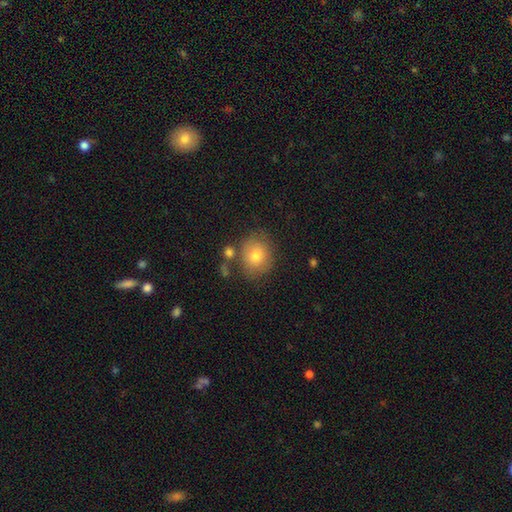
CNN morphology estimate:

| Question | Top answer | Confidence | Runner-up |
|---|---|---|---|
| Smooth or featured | smooth | 76% | featured or disk (14%) |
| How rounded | round | 75% | in between (24%) |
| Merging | none | 73% | minor disturbance (15%) |